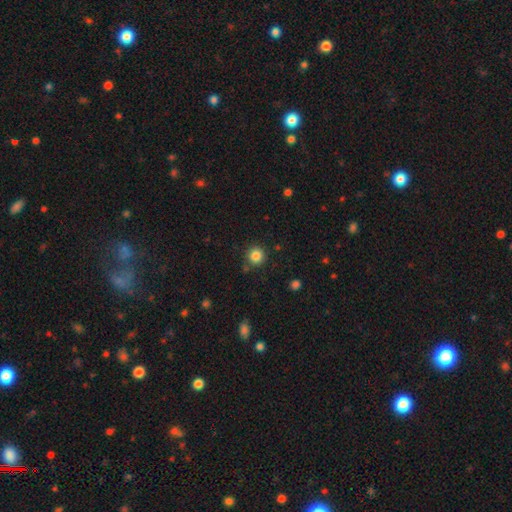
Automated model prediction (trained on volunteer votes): This is clearly a smooth galaxy (84%). How rounded: clearly round (93%). Merging: clearly none (84%).